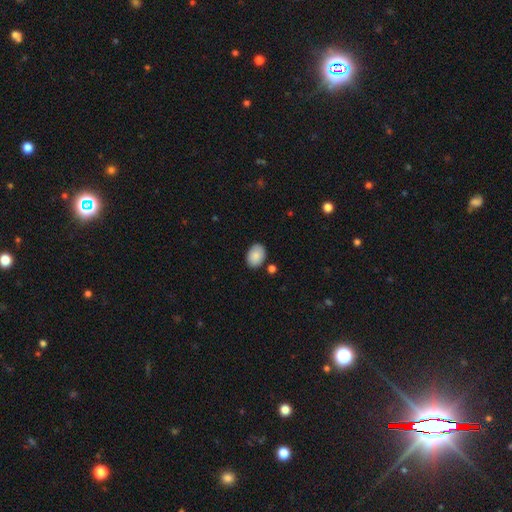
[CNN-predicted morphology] A smooth galaxy with no disk features (88%) that is in between round and cigar-shaped (80%).

Vote fractions:
- Smooth or featured? smooth: 88% / star or artifact: 7% / featured or disk: 5%
- How rounded? in between: 80% / round: 19% / cigar-shaped: 1%
- Merging? none: 83% / minor disturbance: 11% / merger: 3% / major disturbance: 2%